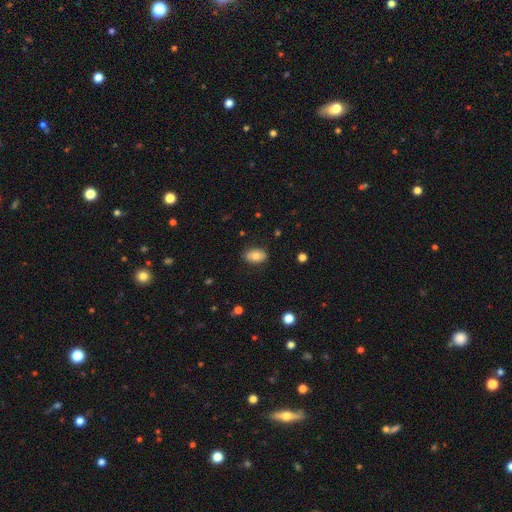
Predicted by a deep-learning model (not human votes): Smooth or featured?
  - smooth: 75% *
  - featured or disk: 17%
  - star or artifact: 8%
How rounded?
  - in between: 87% *
  - round: 12%
  - cigar-shaped: 1%
Merging?
  - none: 84% *
  - minor disturbance: 12%
  - major disturbance: 3%
  - merger: 1%